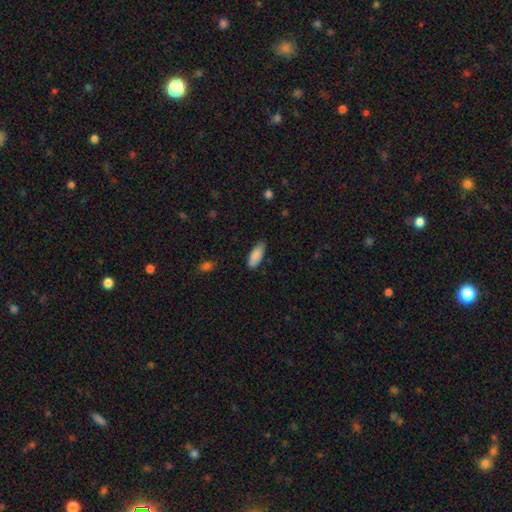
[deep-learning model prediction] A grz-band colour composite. It shows a smooth galaxy with no disk features (88%) that is in between round and cigar-shaped (79%). Merging: none (80%).